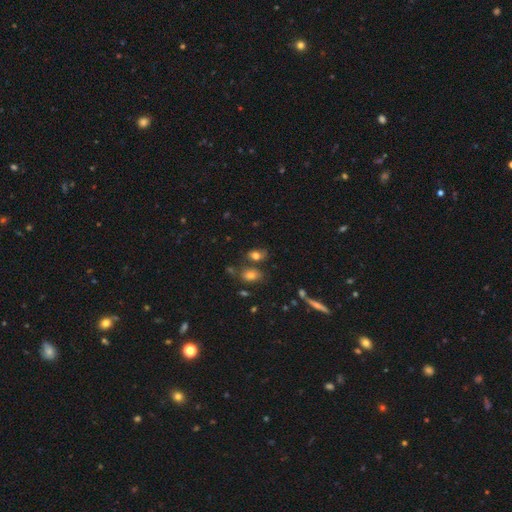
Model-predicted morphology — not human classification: smooth-or-featured: smooth: 76% | star or artifact: 13% | featured or disk: 11%
  how-rounded: in between: 77% | round: 20% | cigar-shaped: 3%
  merging: none: 61% | merger: 18% | minor disturbance: 16% | major disturbance: 6%